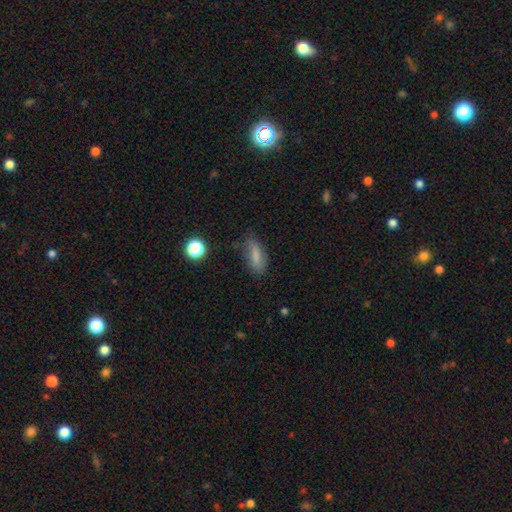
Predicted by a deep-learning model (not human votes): Smooth or featured?
  - smooth: 75% *
  - featured or disk: 15%
  - star or artifact: 10%
How rounded?
  - in between: 63% *
  - cigar-shaped: 33%
  - round: 4%
Merging?
  - none: 65% *
  - minor disturbance: 25%
  - major disturbance: 8%
  - merger: 3%